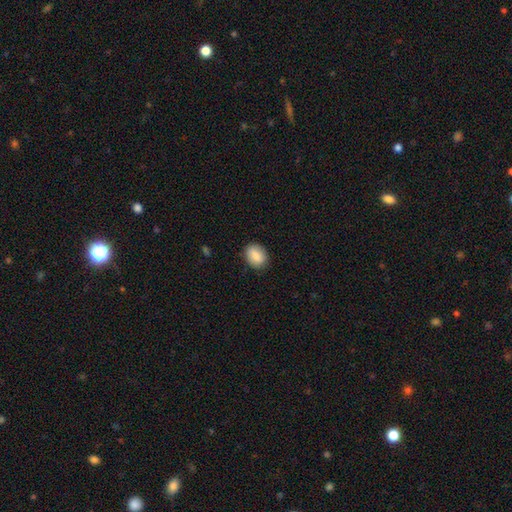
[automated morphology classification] This is clearly a smooth galaxy (84%). How rounded: likely in between (69%). Merging: clearly none (86%).